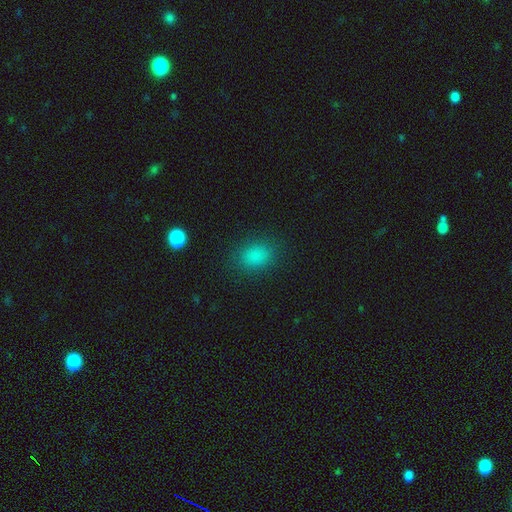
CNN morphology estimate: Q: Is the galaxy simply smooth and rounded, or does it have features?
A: smooth — 83%.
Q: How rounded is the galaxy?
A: in between — 57%.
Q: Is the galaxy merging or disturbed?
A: none — 84%.